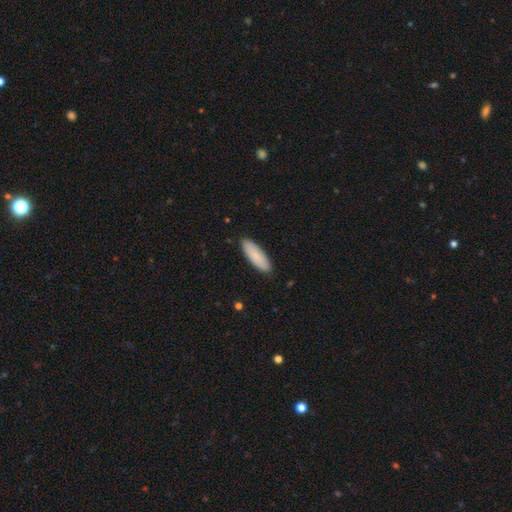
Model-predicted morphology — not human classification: Smooth or featured?
  - smooth: 87% *
  - featured or disk: 8%
  - star or artifact: 5%
How rounded?
  - in between: 55% *
  - cigar-shaped: 43%
  - round: 1%
Merging?
  - none: 89% *
  - minor disturbance: 8%
  - major disturbance: 2%
  - merger: 1%